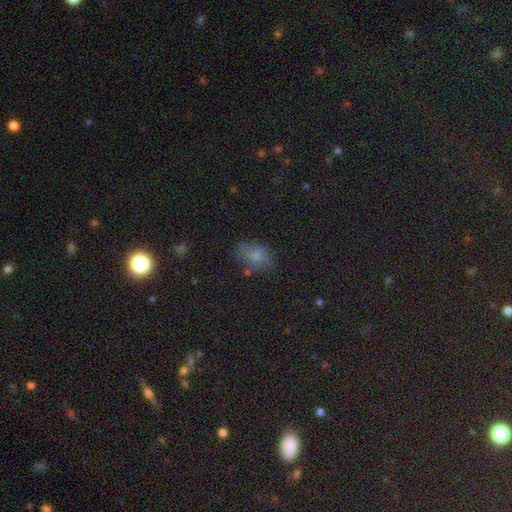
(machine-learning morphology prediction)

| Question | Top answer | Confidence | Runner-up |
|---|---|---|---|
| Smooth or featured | smooth | 67% | star or artifact (19%) |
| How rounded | in between | 78% | round (20%) |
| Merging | none | 63% | minor disturbance (23%) |